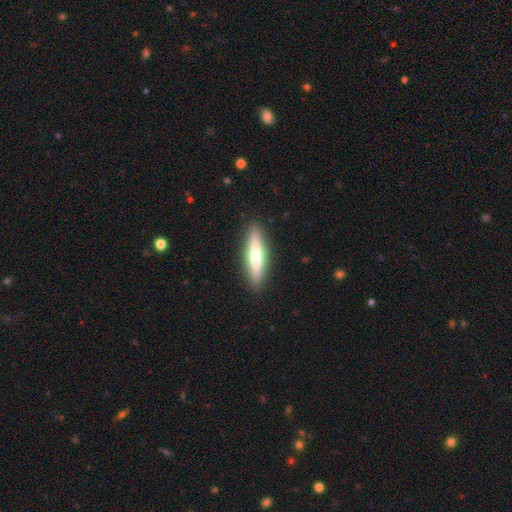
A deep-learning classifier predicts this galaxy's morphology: Smooth or featured? featured or disk (47%, tied with smooth)
Merging? none (91%)